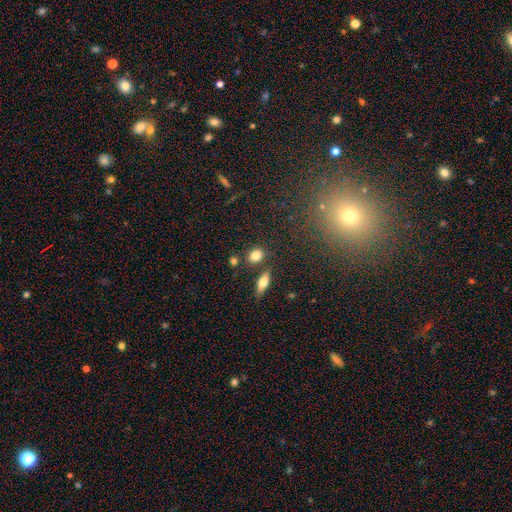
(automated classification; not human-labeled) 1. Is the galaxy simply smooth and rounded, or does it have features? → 82% smooth, 9% star or artifact, 9% featured or disk.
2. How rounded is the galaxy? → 50% in between, 46% round, 4% cigar-shaped.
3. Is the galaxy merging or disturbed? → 74% none, 12% merger, 11% minor disturbance, 3% major disturbance.